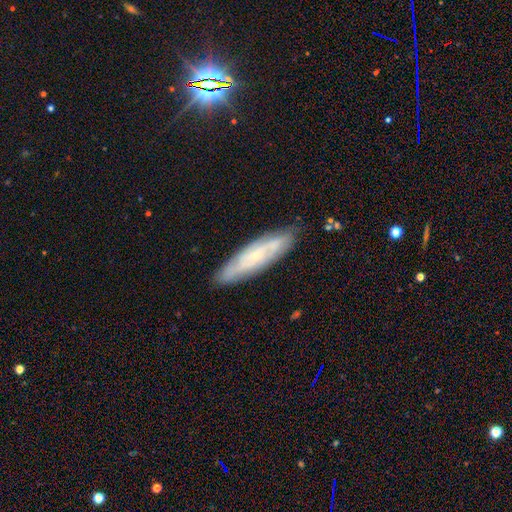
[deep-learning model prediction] smooth_or_featured: featured or disk (p=0.57) [alt: smooth p=0.35]
disk_edge_on: no (p=0.63) [alt: yes p=0.37]
merging: none (p=0.82) [alt: minor disturbance p=0.13]